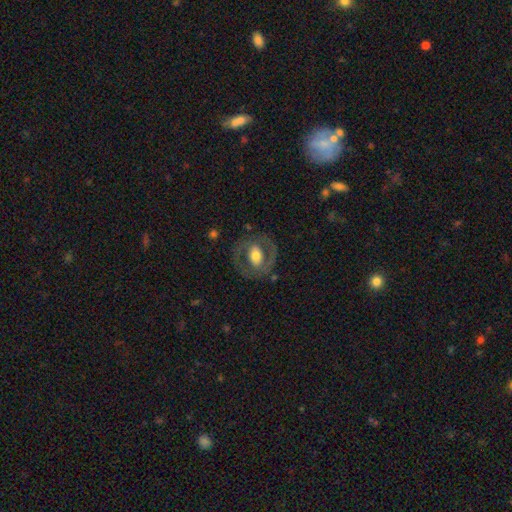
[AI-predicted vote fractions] smooth_or_featured: featured or disk (p=0.62) [alt: smooth p=0.33]
disk_edge_on: no (p=0.95) [alt: yes p=0.05]
bar: no (p=0.48) [alt: weak p=0.30]
has_spiral_arms: no (p=0.59) [alt: yes p=0.41]
bulge_size: moderate (p=0.56) [alt: large p=0.30]
merging: none (p=0.75) [alt: minor disturbance p=0.13]